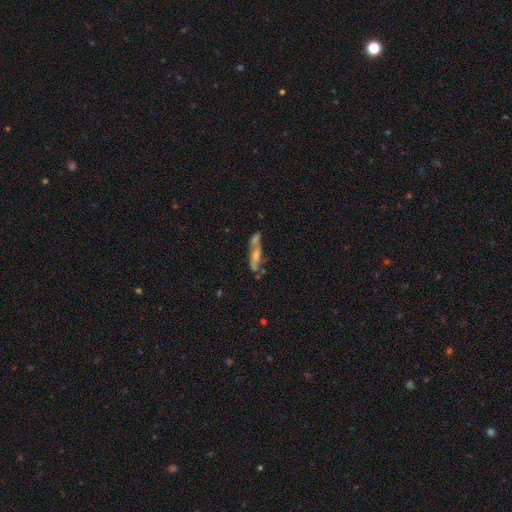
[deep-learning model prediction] This is possibly a smooth galaxy (46%, tied with featured or disk). Merging: marginally none (41%).